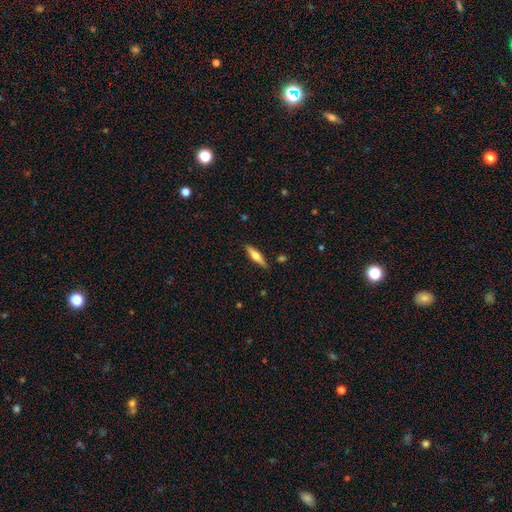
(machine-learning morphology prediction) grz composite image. It shows a featured or disk galaxy (50%) viewed edge-on (94%). Merging: none (88%).